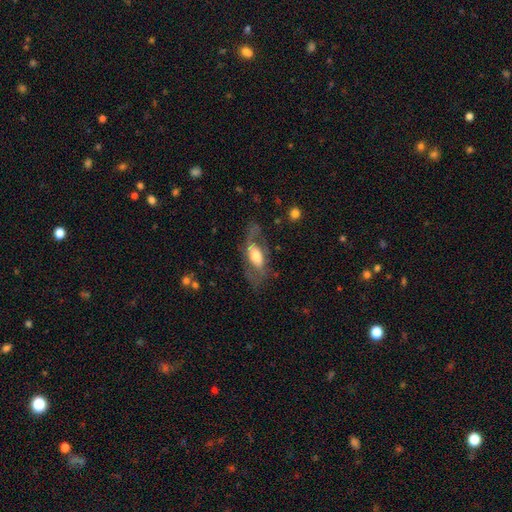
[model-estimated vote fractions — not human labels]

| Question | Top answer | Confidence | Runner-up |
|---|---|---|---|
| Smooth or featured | featured or disk | 58% | smooth (36%) |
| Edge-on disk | no | 84% | yes (16%) |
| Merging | none | 56% | major disturbance (23%) |